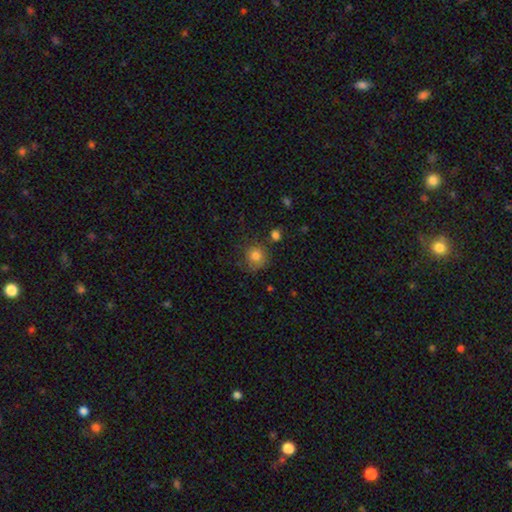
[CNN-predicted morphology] Smooth or featured?
  - smooth: 81% *
  - star or artifact: 11%
  - featured or disk: 8%
How rounded?
  - round: 88% *
  - in between: 11%
  - cigar-shaped: 1%
Merging?
  - none: 70% *
  - minor disturbance: 18%
  - major disturbance: 6%
  - merger: 5%